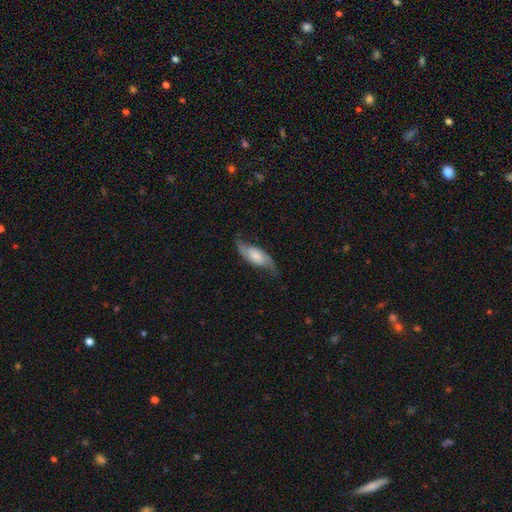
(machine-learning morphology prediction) Overall: featured or disk (69%). Edge-on disk: no (90%). Bar: no (47%; weak 40%). Spiral arms: yes (93%). Spiral arm count: 2 (90%). Spiral winding: loose (46%; medium 39%). Bulge size: small (41%; moderate 36%). Merging: none (73%).